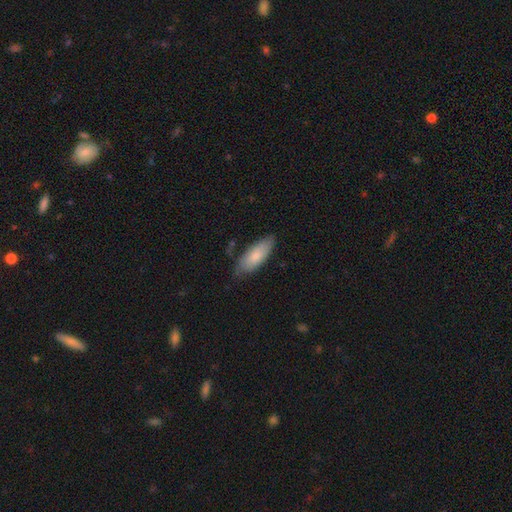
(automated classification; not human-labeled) Morphology: type=smooth (77%); roundness=in between (75%); merging=none (70%).